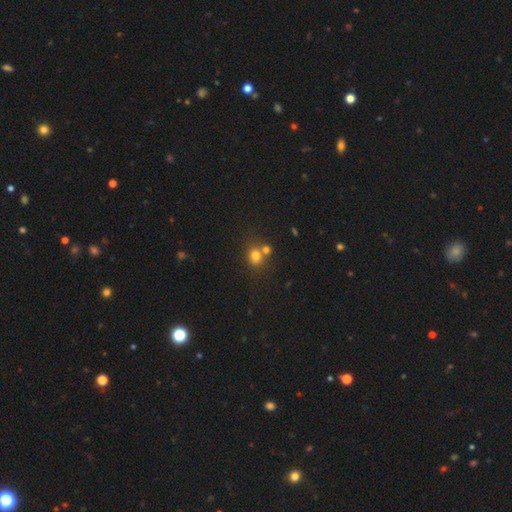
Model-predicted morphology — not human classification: A smooth galaxy with no disk features (76%) that is round (61%). Merging: none (48%).